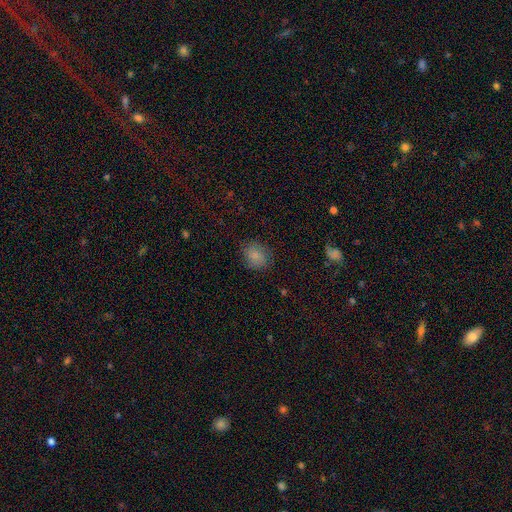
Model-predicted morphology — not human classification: This appears to be a smooth galaxy with no disk features (84%) that is round (67%). Merging: none (81%).